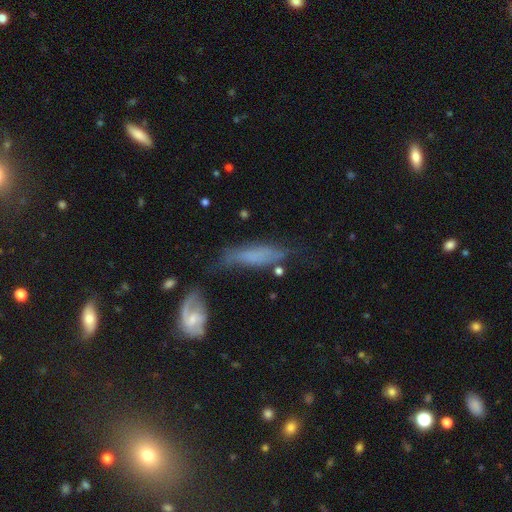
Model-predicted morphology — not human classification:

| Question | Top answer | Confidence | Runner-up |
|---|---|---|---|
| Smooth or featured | smooth | 53% | featured or disk (35%) |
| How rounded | cigar-shaped | 60% | in between (37%) |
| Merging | none | 40% | minor disturbance (27%) |